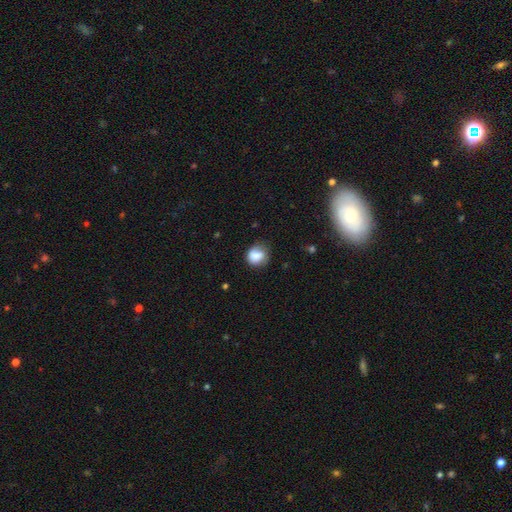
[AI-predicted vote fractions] smooth_or_featured: smooth (p=0.80) [alt: featured or disk p=0.12]
how_rounded: round (p=0.72) [alt: in between p=0.27]
merging: none (p=0.61) [alt: minor disturbance p=0.28]